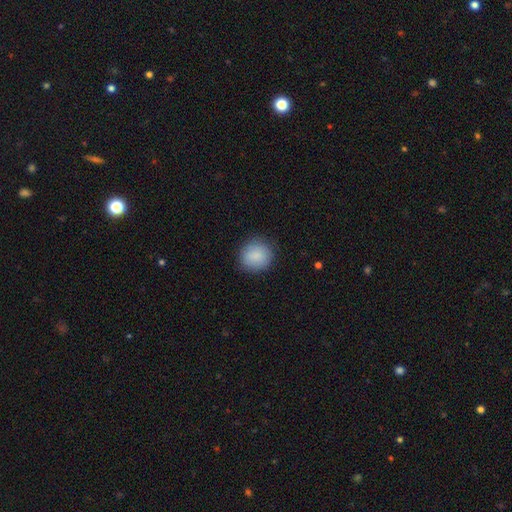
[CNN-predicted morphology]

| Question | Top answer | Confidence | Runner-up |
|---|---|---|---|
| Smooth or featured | smooth | 89% | star or artifact (7%) |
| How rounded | round | 85% | in between (14%) |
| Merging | none | 86% | minor disturbance (10%) |